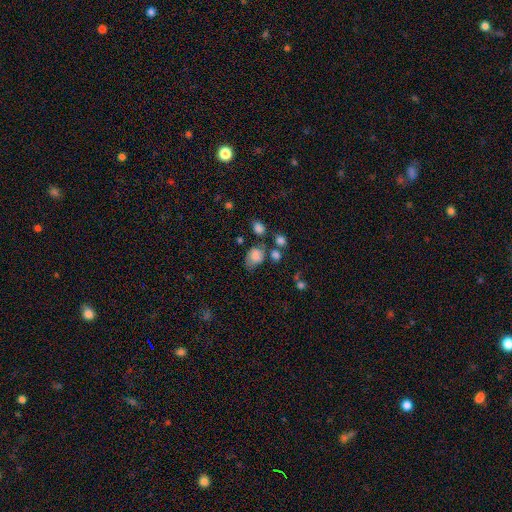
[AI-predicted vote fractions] Overall: smooth (74%). How rounded: in between (65%; round 34%). Merging: none (46%; minor disturbance 29%).